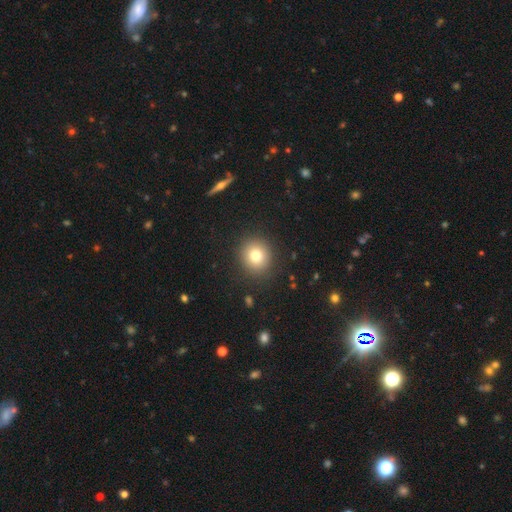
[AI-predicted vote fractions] Smooth or featured?
  - smooth: 77% *
  - star or artifact: 13%
  - featured or disk: 10%
How rounded?
  - round: 90% *
  - in between: 9%
  - cigar-shaped: 1%
Merging?
  - none: 90% *
  - minor disturbance: 6%
  - major disturbance: 3%
  - merger: 1%